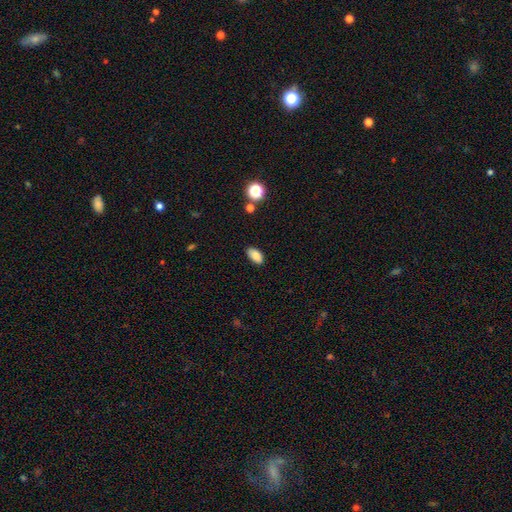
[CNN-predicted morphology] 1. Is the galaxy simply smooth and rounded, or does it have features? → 86% smooth, 9% star or artifact, 5% featured or disk.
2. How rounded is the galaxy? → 93% in between, 4% round, 3% cigar-shaped.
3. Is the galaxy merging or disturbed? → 86% none, 11% minor disturbance, 2% major disturbance, 1% merger.